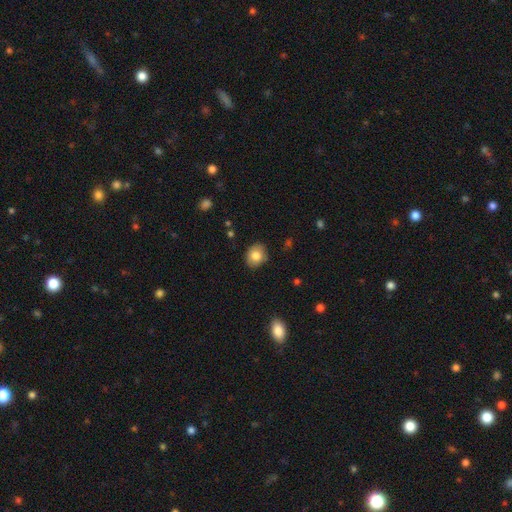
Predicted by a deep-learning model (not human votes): Q: Smooth or featured?
A: smooth (80%); runner-up: featured or disk (12%)
Q: How rounded?
A: round (53%); runner-up: in between (46%)
Q: Merging?
A: none (83%); runner-up: minor disturbance (13%)